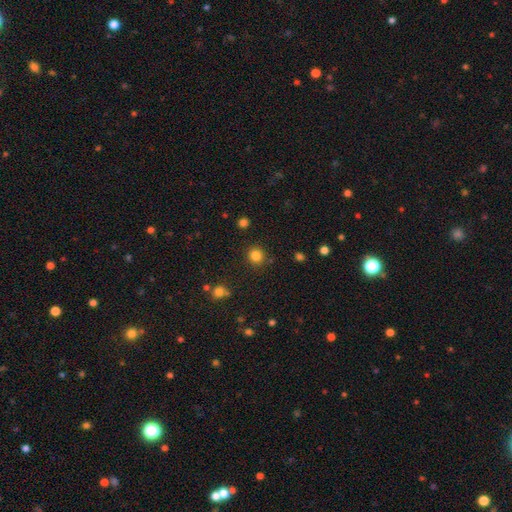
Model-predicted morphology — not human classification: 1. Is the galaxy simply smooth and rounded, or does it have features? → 83% smooth, 13% star or artifact, 4% featured or disk.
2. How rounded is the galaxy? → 92% round, 7% in between, 1% cigar-shaped.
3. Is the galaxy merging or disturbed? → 88% none, 6% minor disturbance, 3% major disturbance, 2% merger.